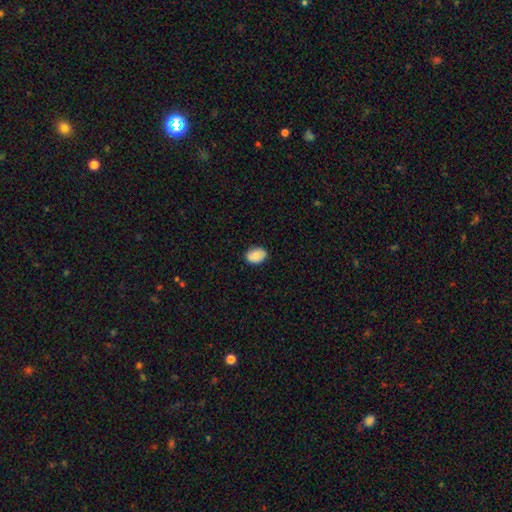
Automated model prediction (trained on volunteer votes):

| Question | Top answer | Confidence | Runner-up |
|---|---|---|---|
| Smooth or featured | smooth | 84% | featured or disk (9%) |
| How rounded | in between | 74% | round (25%) |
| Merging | none | 84% | minor disturbance (13%) |